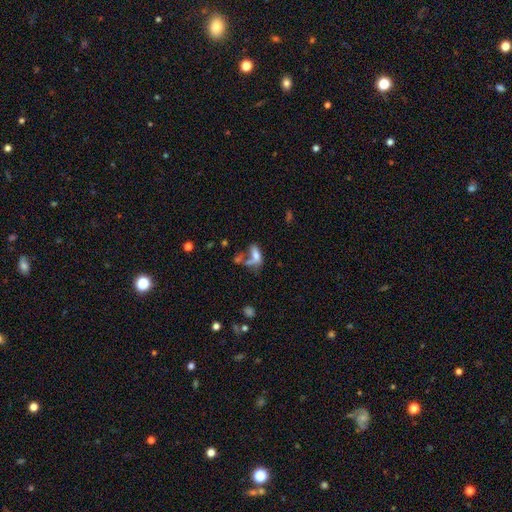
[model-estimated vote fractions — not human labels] Morphology: type=smooth (61%); roundness=in between (74%); merging=merger (38%).